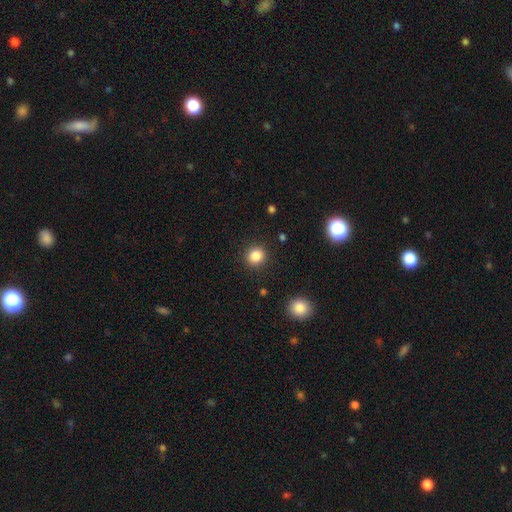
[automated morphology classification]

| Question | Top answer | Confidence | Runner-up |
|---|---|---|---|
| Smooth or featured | smooth | 84% | star or artifact (11%) |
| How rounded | round | 90% | in between (9%) |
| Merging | none | 90% | minor disturbance (6%) |